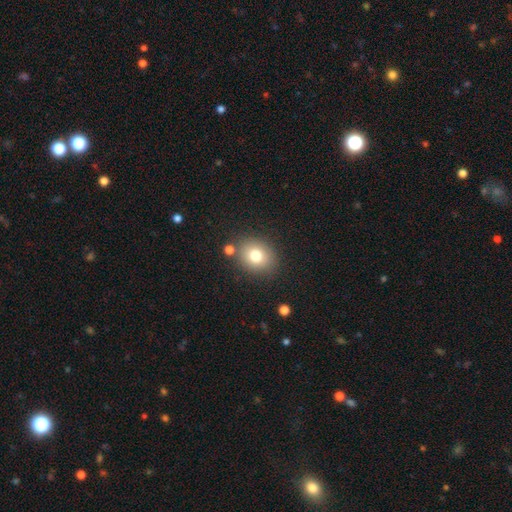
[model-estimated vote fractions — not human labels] Morphology: type=smooth (77%); roundness=round (65%); merging=none (81%).